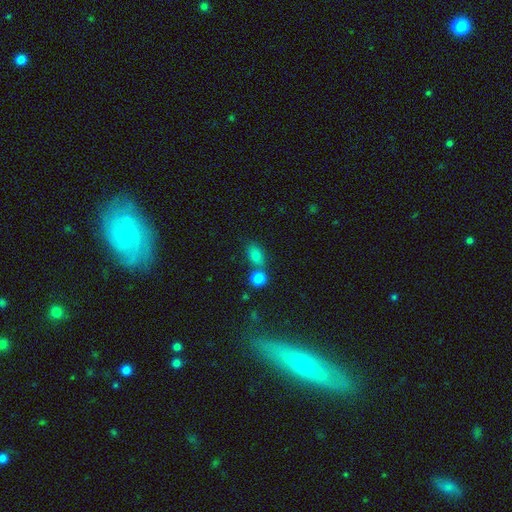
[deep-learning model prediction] This appears to be a smooth galaxy with no disk features (81%) that is in between round and cigar-shaped (77%). Merging: none (50%).